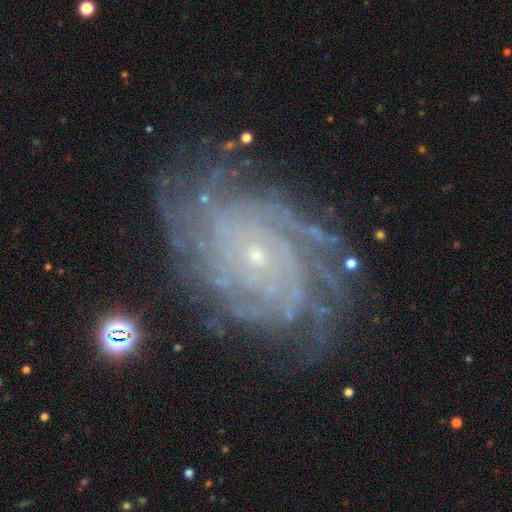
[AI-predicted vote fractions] featured or disk 89%, star or artifact 7%, smooth 4%. Down the decision tree: edge-on disk — no (97%); bar — no (79%); spiral arms — yes (98%); spiral arm count — more than 4 (33%); spiral winding — tight (80%); bulge size — small (87%); merging — none (77%).